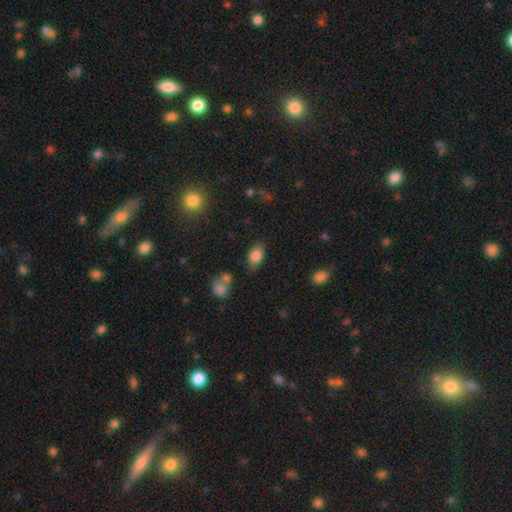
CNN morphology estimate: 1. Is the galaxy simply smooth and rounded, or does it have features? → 83% smooth, 9% featured or disk, 9% star or artifact.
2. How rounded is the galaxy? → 89% in between, 9% round, 3% cigar-shaped.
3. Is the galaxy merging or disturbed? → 75% none, 17% minor disturbance, 4% merger, 4% major disturbance.